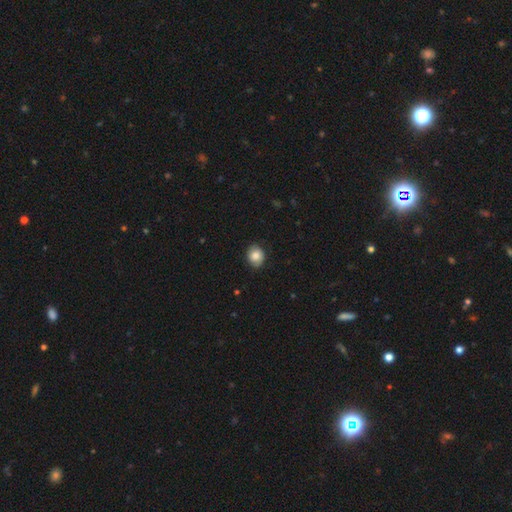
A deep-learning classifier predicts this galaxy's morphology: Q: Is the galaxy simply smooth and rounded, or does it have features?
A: smooth — 82%.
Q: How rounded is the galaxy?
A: round — 66%.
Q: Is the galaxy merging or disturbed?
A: none — 85%.